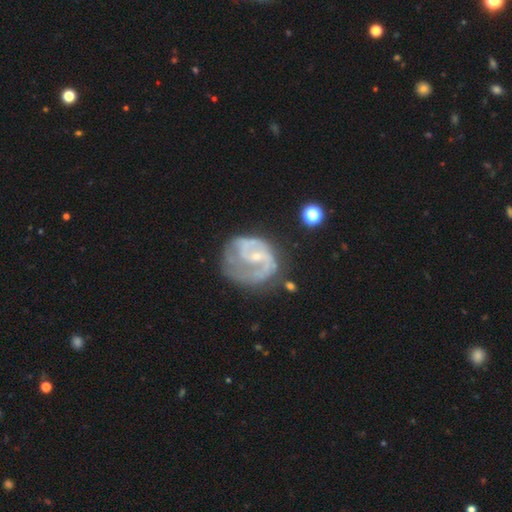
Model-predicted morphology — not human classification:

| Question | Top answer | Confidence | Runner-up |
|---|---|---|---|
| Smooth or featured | featured or disk | 81% | smooth (12%) |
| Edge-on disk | no | 98% | yes (2%) |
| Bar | no | 47% | weak (42%) |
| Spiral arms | yes | 88% | no (12%) |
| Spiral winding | medium | 46% | tight (34%) |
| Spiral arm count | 2 | 58% | can't tell (18%) |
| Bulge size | small | 71% | moderate (22%) |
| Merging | none | 48% | minor disturbance (24%) |